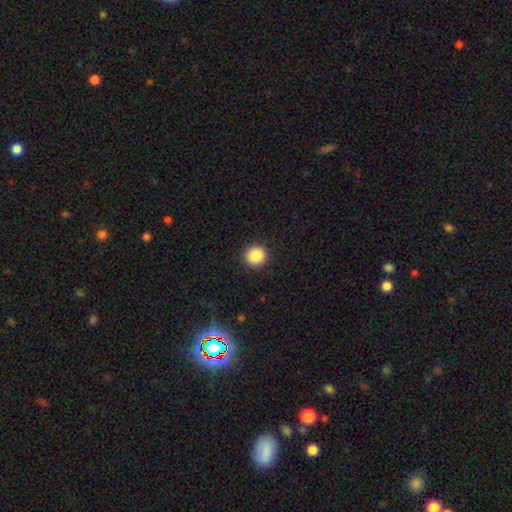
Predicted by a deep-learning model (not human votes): The model was most divided on "smooth or featured": smooth: 88%, star or artifact: 9%, featured or disk: 3%. More confident: how rounded — round (92%); merging — none (92%).